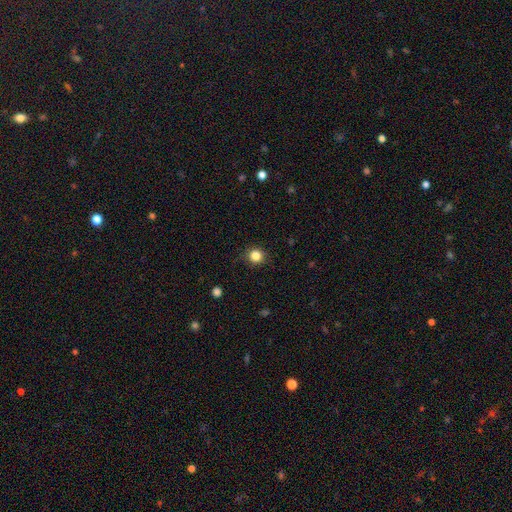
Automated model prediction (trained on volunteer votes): Overall: smooth (84%). How rounded: round (91%). Merging: none (89%).